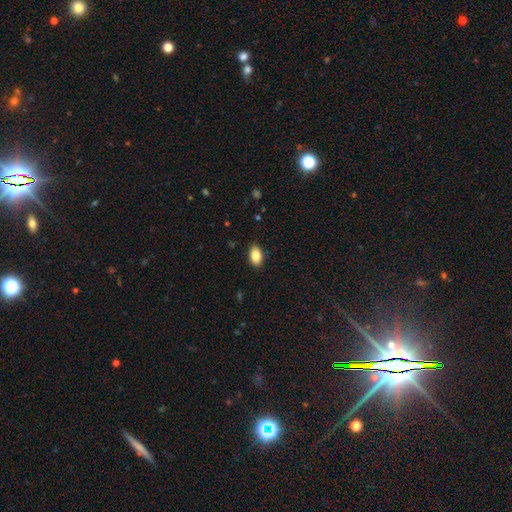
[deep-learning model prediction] A smooth galaxy with no disk features (84%) that is in between round and cigar-shaped (91%).

Vote fractions:
- Smooth or featured? smooth: 84% / featured or disk: 9% / star or artifact: 8%
- How rounded? in between: 91% / round: 8% / cigar-shaped: 2%
- Merging? none: 89% / minor disturbance: 9% / major disturbance: 2% / merger: 1%